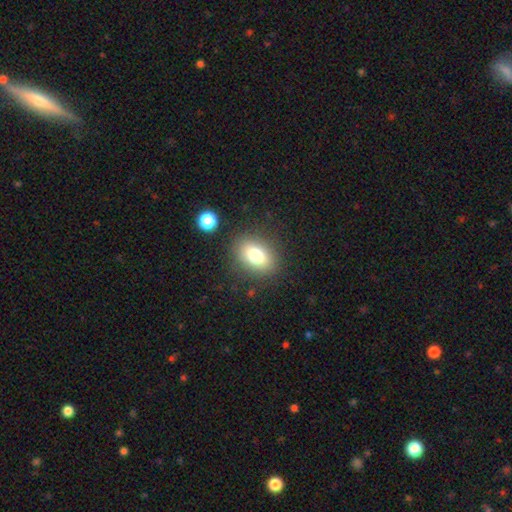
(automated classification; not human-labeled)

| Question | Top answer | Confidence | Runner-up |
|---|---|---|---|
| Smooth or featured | smooth | 74% | star or artifact (13%) |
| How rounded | in between | 73% | round (25%) |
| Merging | none | 86% | minor disturbance (8%) |